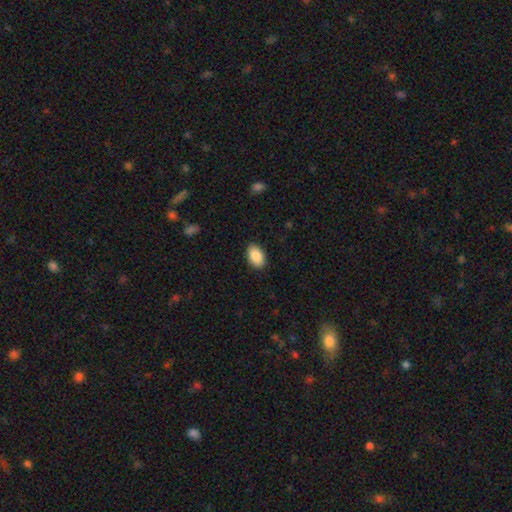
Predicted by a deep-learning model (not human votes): This appears to be a smooth galaxy with no disk features (88%) that is in between round and cigar-shaped (92%). Merging: none (89%).